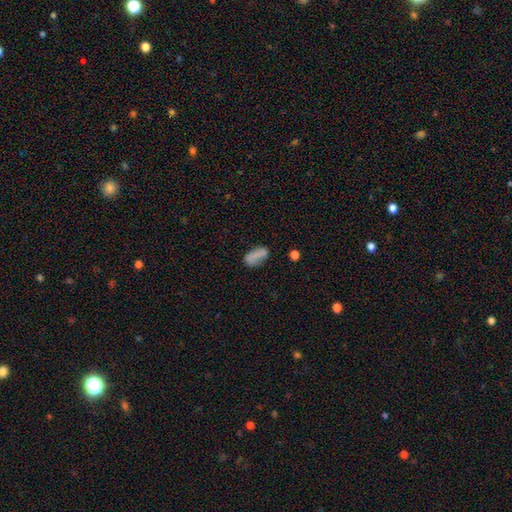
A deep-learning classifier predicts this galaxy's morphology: Smooth or featured: smooth — 73% (featured or disk — 17%)
How rounded: in between — 87% (cigar-shaped — 8%)
Merging: none — 57% (minor disturbance — 24%)